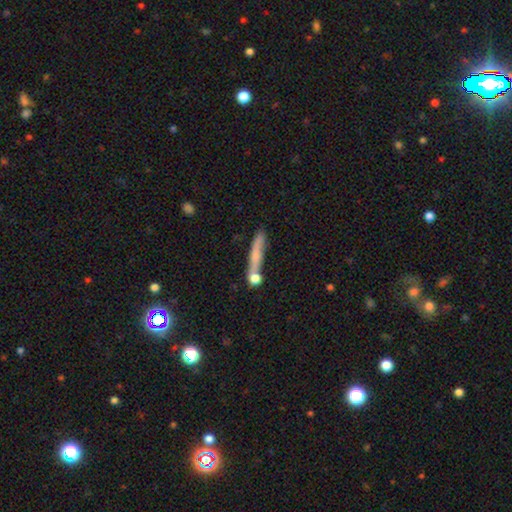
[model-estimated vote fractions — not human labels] A smooth galaxy with no disk features (57%) that is cigar-shaped (89%).

Vote fractions:
- Smooth or featured? smooth: 57% / featured or disk: 33% / star or artifact: 10%
- How rounded? cigar-shaped: 89% / in between: 7% / round: 4%
- Merging? none: 65% / minor disturbance: 15% / merger: 14% / major disturbance: 6%